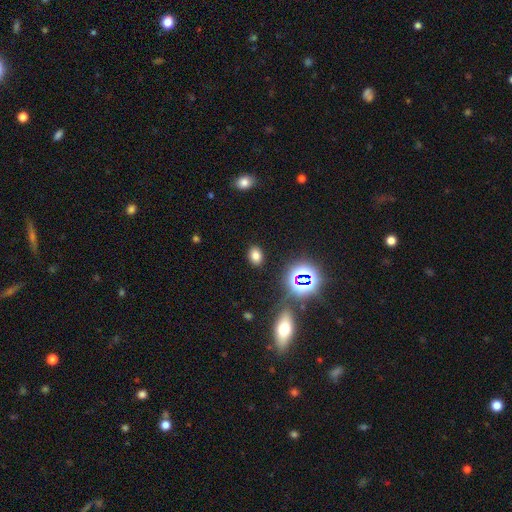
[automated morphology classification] A smooth galaxy with no disk features (72%) that is in between round and cigar-shaped (72%).

Vote fractions:
- Smooth or featured? smooth: 72% / star or artifact: 21% / featured or disk: 7%
- How rounded? in between: 72% / round: 27% / cigar-shaped: 1%
- Merging? none: 87% / minor disturbance: 8% / major disturbance: 3% / merger: 2%